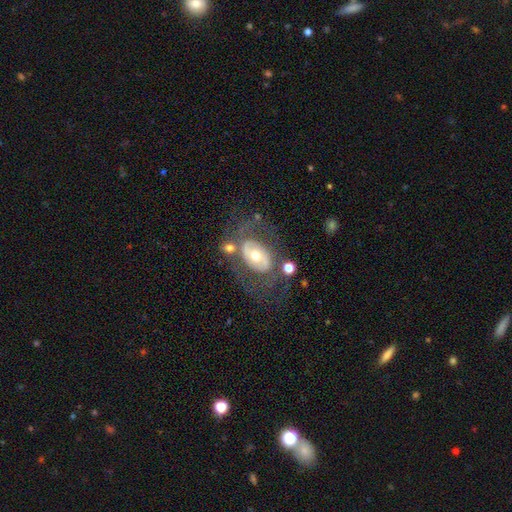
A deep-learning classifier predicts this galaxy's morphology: Q: Smooth or featured?
A: featured or disk (69%); runner-up: smooth (24%)
Q: Edge-on disk?
A: no (94%); runner-up: yes (6%)
Q: Bar?
A: no (60%); runner-up: weak (25%)
Q: Spiral arms?
A: yes (55%); runner-up: no (45%)
Q: Bulge size?
A: moderate (71%); runner-up: small (20%)
Q: Merging?
A: none (56%); runner-up: major disturbance (18%)